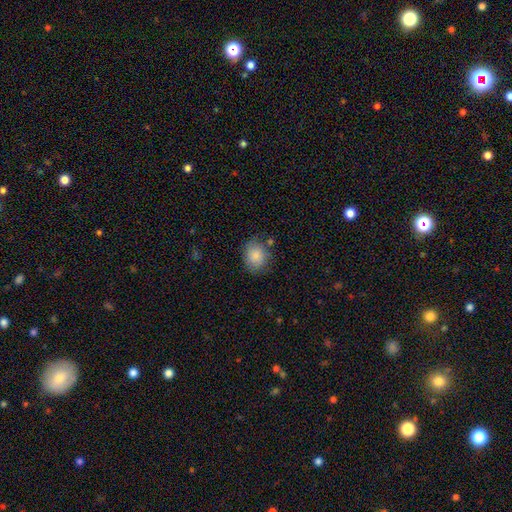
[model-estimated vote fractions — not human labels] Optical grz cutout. It shows a smooth galaxy with no disk features (86%) that is round (60%). Merging: none (75%).